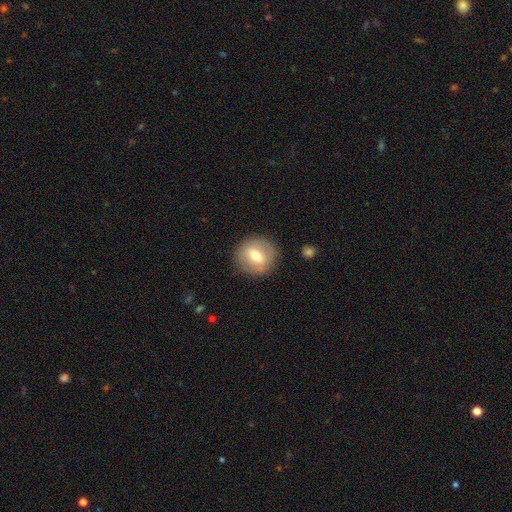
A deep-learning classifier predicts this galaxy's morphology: Smooth or featured? Predicted: smooth (p=0.56). How rounded? Predicted: round (p=0.89). Merging? Predicted: none (p=0.87).